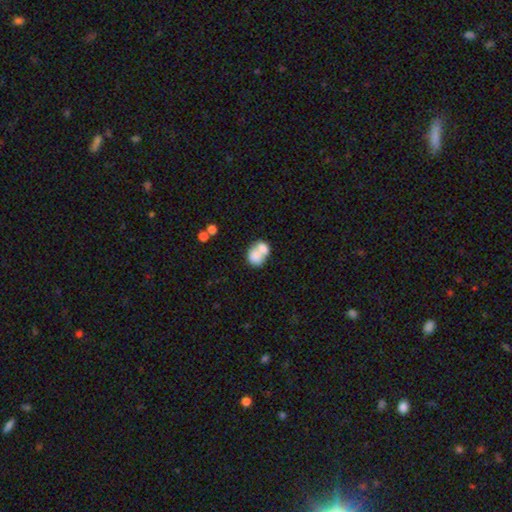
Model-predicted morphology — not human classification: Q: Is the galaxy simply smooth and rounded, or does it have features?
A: smooth — 73%.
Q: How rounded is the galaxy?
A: round — 50%.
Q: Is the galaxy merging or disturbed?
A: merger — 65%.